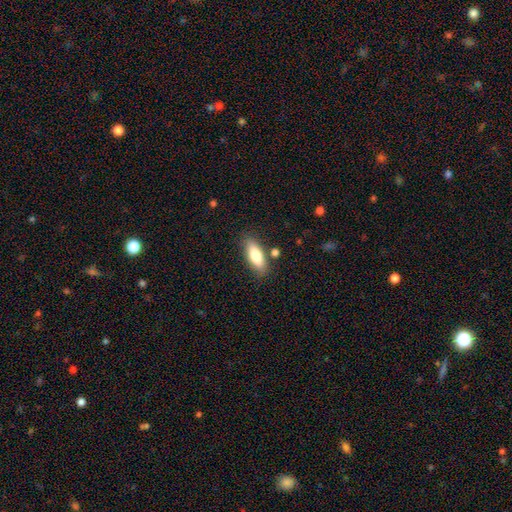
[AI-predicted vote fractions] Smooth or featured? smooth (78%)
How rounded? in between (65%)
Merging? none (81%)